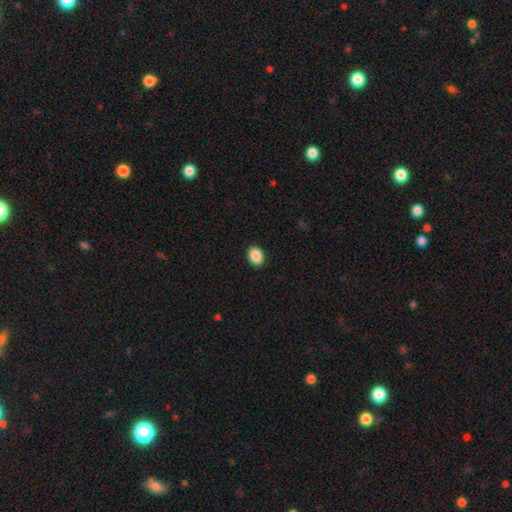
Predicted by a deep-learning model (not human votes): A smooth galaxy with no disk features (89%) that is in between round and cigar-shaped (70%).

Vote fractions:
- Smooth or featured? smooth: 89% / star or artifact: 8% / featured or disk: 3%
- How rounded? in between: 70% / round: 29% / cigar-shaped: 1%
- Merging? none: 91% / minor disturbance: 6% / major disturbance: 2% / merger: 1%